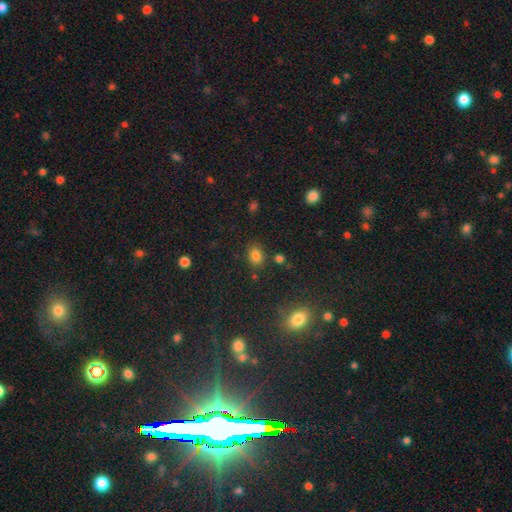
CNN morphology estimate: Smooth or featured?
  - smooth: 80% *
  - star or artifact: 14%
  - featured or disk: 6%
How rounded?
  - in between: 64% *
  - round: 34%
  - cigar-shaped: 1%
Merging?
  - none: 79% *
  - minor disturbance: 12%
  - merger: 5%
  - major disturbance: 4%